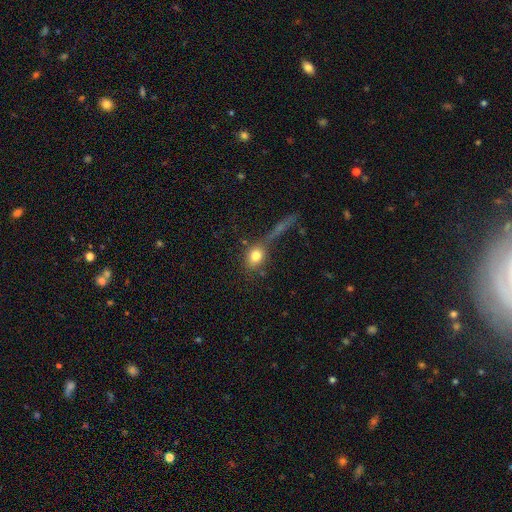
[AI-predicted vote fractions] This is likely a smooth galaxy (76%). How rounded: possibly round (56%). Merging: possibly none (58%).